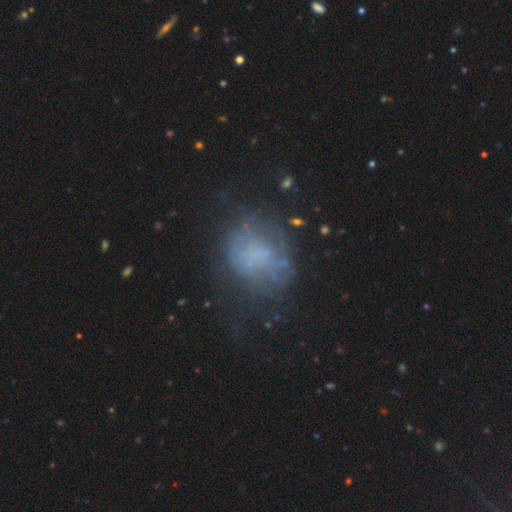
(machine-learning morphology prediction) Smooth or featured?
  - smooth: 43% *
  - featured or disk: 40%
  - star or artifact: 16%
Merging?
  - none: 51% *
  - minor disturbance: 23%
  - major disturbance: 21%
  - merger: 4%